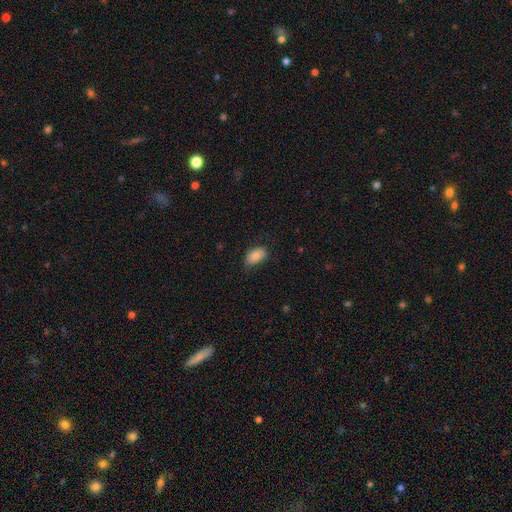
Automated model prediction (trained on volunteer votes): Morphology: type=smooth (80%); roundness=in between (92%); merging=none (70%).